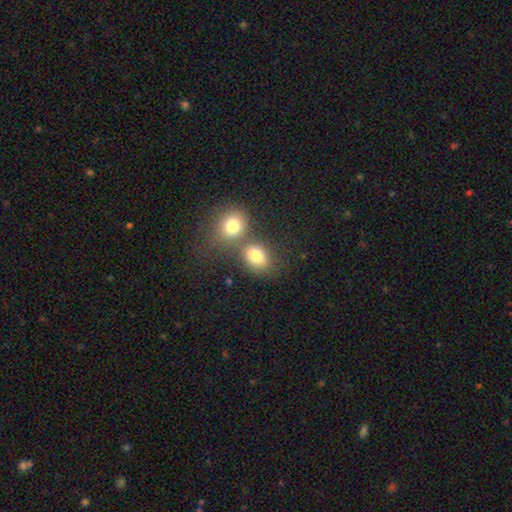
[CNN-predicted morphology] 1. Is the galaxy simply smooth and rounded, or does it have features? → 79% smooth, 11% star or artifact, 10% featured or disk.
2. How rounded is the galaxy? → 60% in between, 39% round, 1% cigar-shaped.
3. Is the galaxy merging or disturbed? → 47% none, 38% merger, 10% minor disturbance, 5% major disturbance.